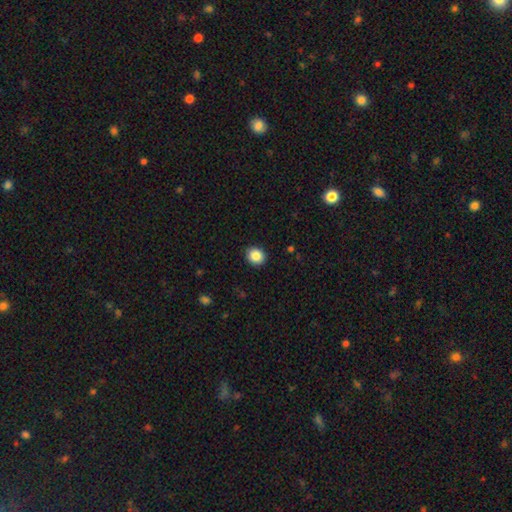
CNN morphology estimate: Smooth or featured? smooth (86%)
How rounded? round (71%)
Merging? none (91%)